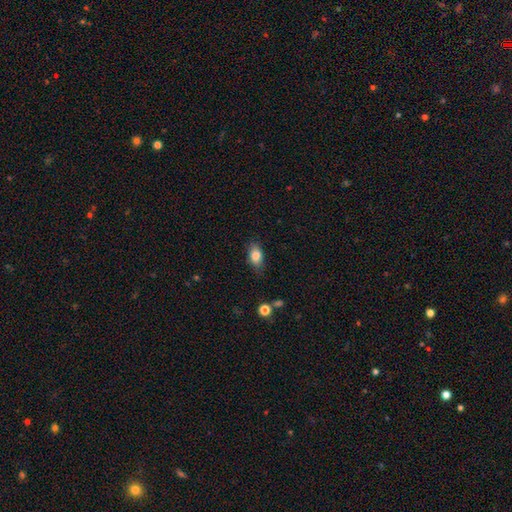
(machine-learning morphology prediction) smooth_or_featured: smooth (p=0.81) [alt: featured or disk p=0.10]
how_rounded: in between (p=0.84) [alt: round p=0.11]
merging: none (p=0.79) [alt: minor disturbance p=0.16]